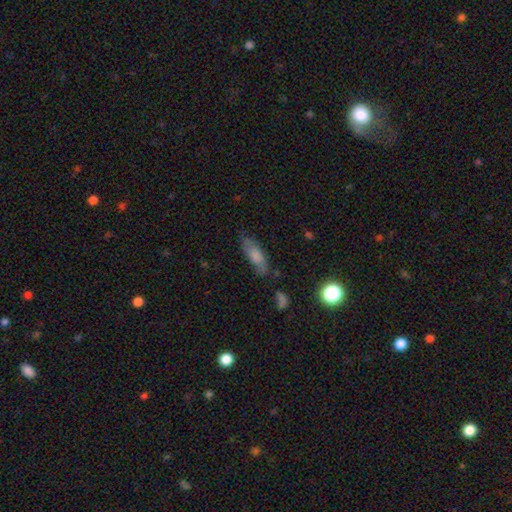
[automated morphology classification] Q: Smooth or featured?
A: smooth (72%); runner-up: featured or disk (19%)
Q: How rounded?
A: in between (59%); runner-up: cigar-shaped (38%)
Q: Merging?
A: none (66%); runner-up: minor disturbance (23%)